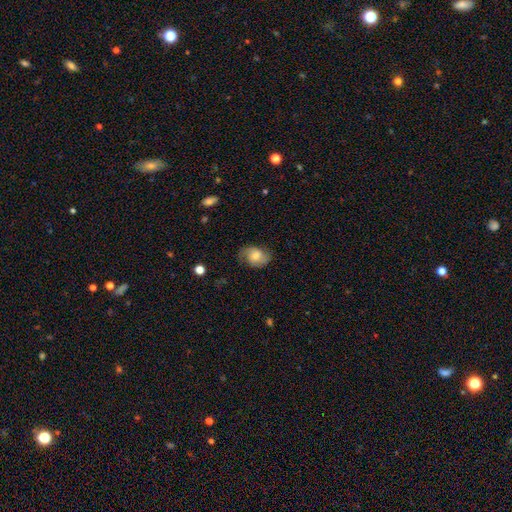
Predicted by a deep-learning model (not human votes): This is possibly a smooth galaxy (51%). How rounded: likely in between (76%). Merging: likely none (68%).